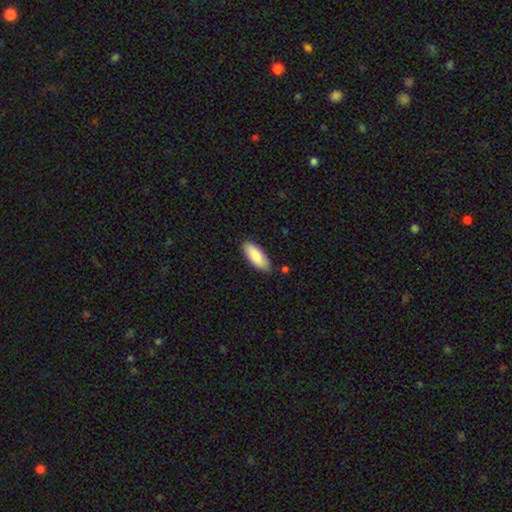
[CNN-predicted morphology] smooth-or-featured: smooth: 87% | featured or disk: 7% | star or artifact: 6%
  how-rounded: in between: 77% | cigar-shaped: 22% | round: 1%
  merging: none: 85% | minor disturbance: 11% | major disturbance: 2% | merger: 2%